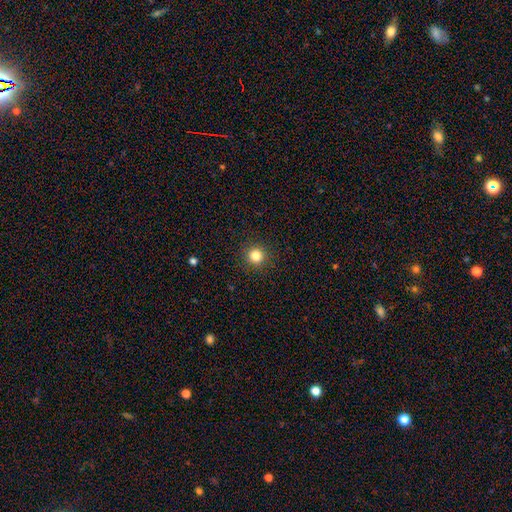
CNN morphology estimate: Smooth or featured? Predicted: smooth (p=0.83). How rounded? Predicted: round (p=0.95). Merging? Predicted: none (p=0.92).